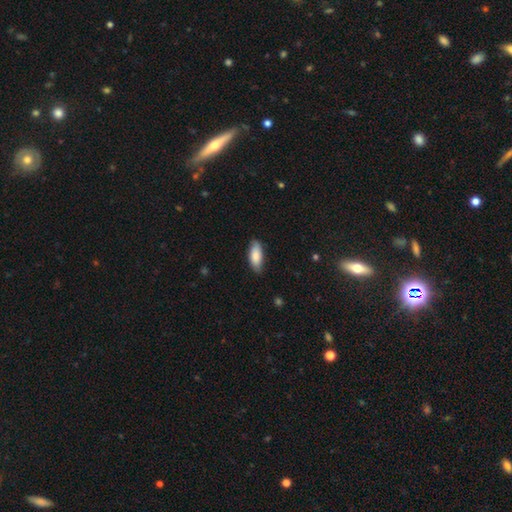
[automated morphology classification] This appears to be a smooth galaxy with no disk features (85%) that is in between round and cigar-shaped (80%). Merging: none (80%).